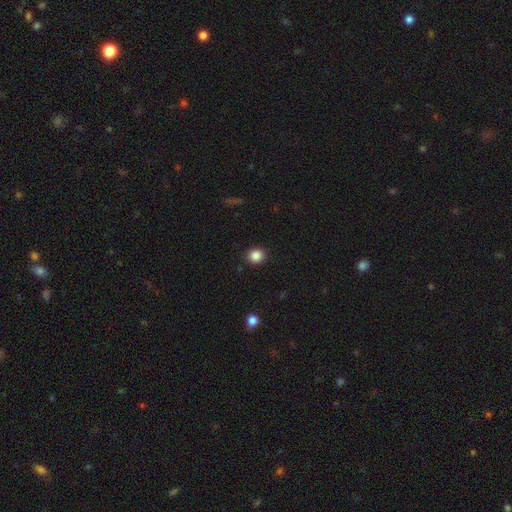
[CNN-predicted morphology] Smooth or featured? Predicted: smooth (p=0.86). How rounded? Predicted: round (p=0.84). Merging? Predicted: none (p=0.91).